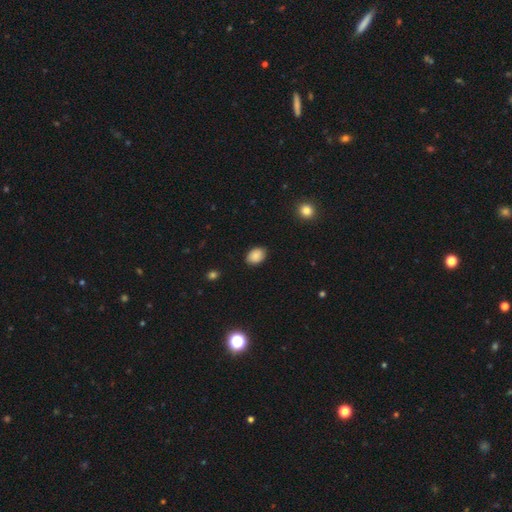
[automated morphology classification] Overall: smooth (88%). How rounded: in between (75%). Merging: none (87%).